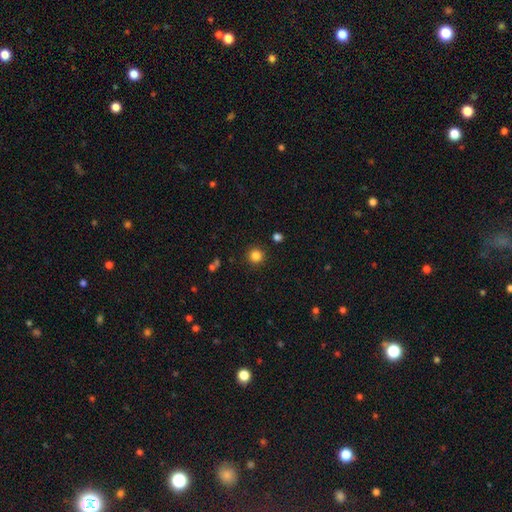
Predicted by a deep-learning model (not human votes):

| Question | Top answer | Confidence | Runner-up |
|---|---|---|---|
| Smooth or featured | smooth | 83% | star or artifact (12%) |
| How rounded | round | 95% | in between (5%) |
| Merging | none | 90% | minor disturbance (6%) |